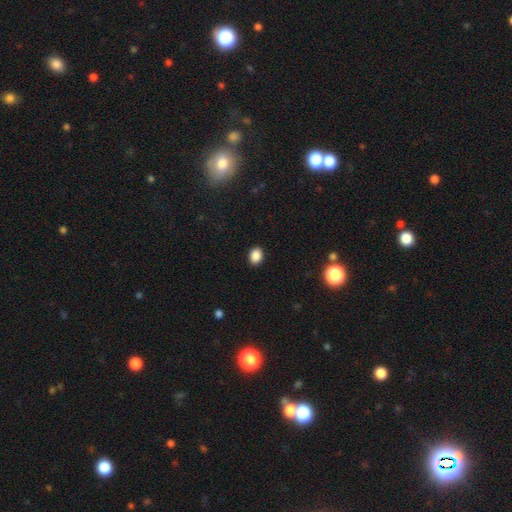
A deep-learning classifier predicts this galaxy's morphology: The model was most divided on "how rounded": in between: 58%, round: 41%, cigar-shaped: 1%. More confident: merging — none (90%); smooth or featured — smooth (87%).